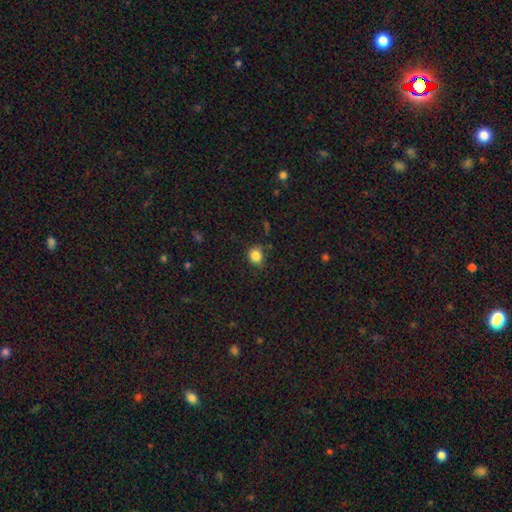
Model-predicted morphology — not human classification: This appears to be a smooth galaxy with no disk features (84%) that is round (73%). Merging: none (77%).